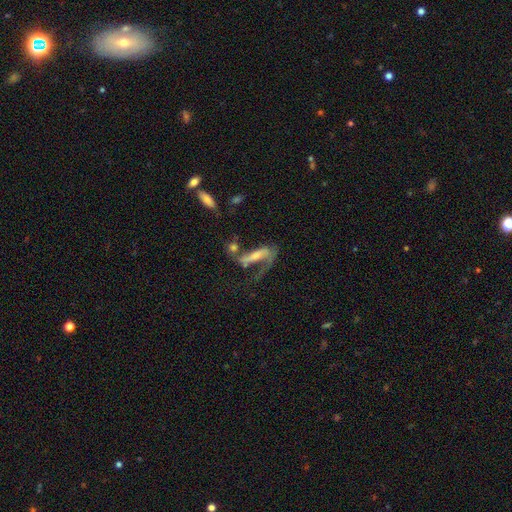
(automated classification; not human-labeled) Smooth or featured: featured or disk — 60% (smooth — 29%)
Edge-on disk: no — 75% (yes — 25%)
Merging: major disturbance — 44% (none — 27%)